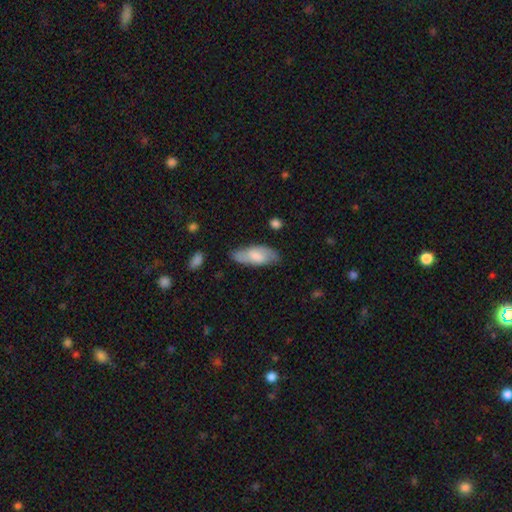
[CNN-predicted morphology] type=smooth (61%); roundness=in between (82%); merging=none (73%).